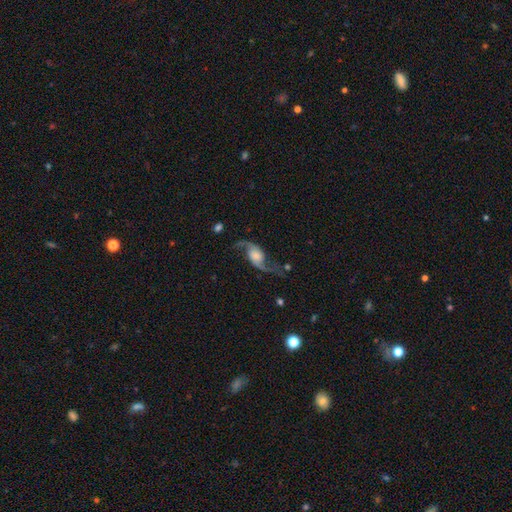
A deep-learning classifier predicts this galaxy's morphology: Overall: featured or disk (87%). Edge-on disk: no (95%). Bar: no (58%; weak 31%). Spiral arms: yes (97%). Spiral arm count: 2 (94%). Spiral winding: loose (87%). Bulge size: large (29%; moderate 23%). Merging: none (69%).